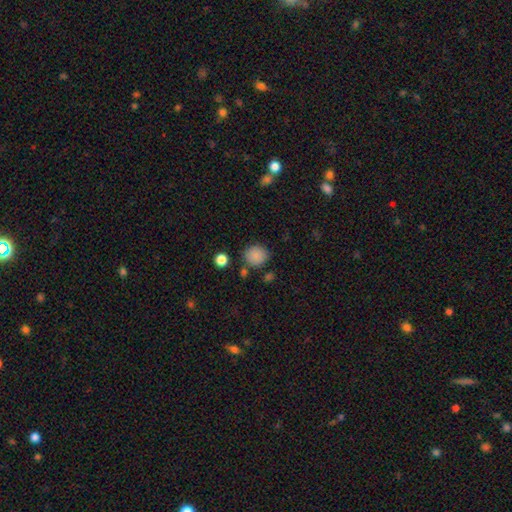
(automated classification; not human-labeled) This is clearly a smooth galaxy (86%). How rounded: clearly round (86%). Merging: clearly none (81%).